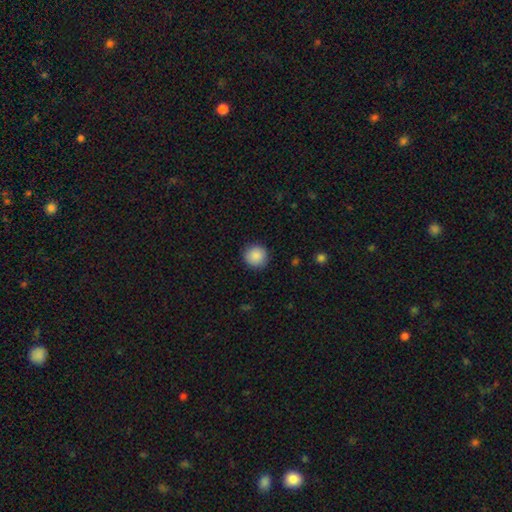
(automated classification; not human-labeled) Smooth or featured: smooth — 89% (star or artifact — 8%)
How rounded: round — 93% (in between — 6%)
Merging: none — 90% (minor disturbance — 7%)